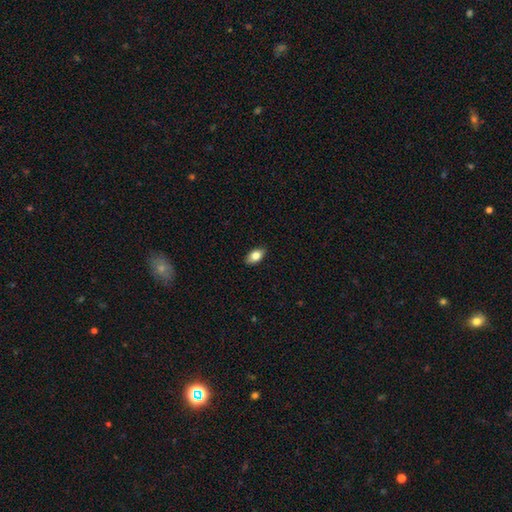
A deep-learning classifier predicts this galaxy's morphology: Q: Smooth or featured?
A: smooth (82%); runner-up: featured or disk (11%)
Q: How rounded?
A: in between (90%); runner-up: round (7%)
Q: Merging?
A: none (88%); runner-up: minor disturbance (9%)